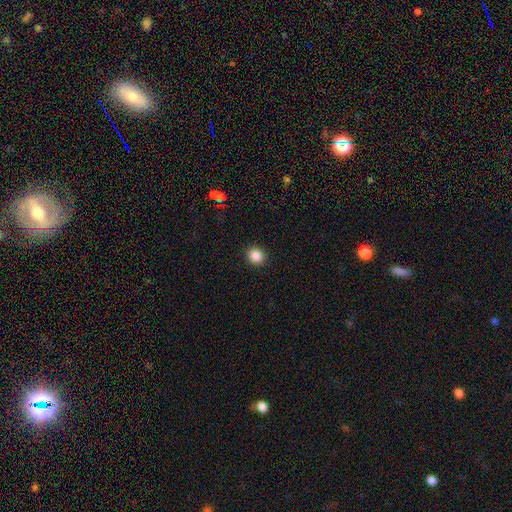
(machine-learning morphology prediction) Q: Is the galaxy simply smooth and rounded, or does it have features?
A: smooth — 87%.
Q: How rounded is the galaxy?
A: round — 73%.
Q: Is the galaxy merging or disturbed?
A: none — 91%.